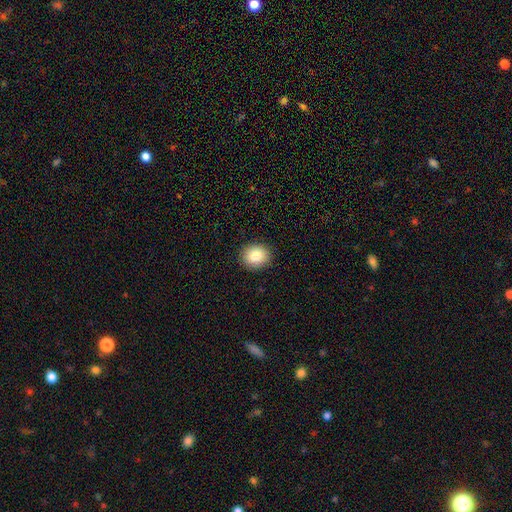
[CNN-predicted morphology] Smooth or featured: smooth — 83% (star or artifact — 9%)
How rounded: round — 72% (in between — 27%)
Merging: none — 92% (minor disturbance — 6%)